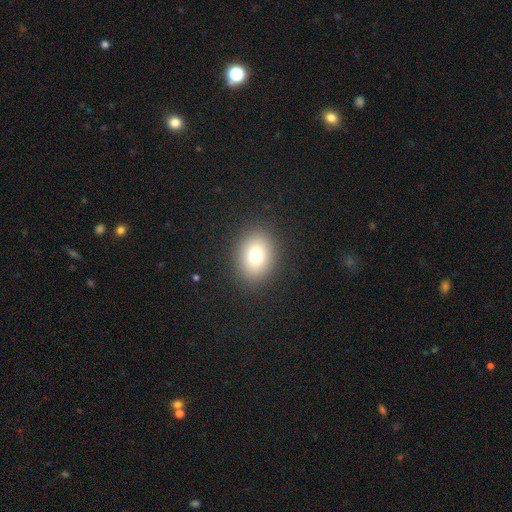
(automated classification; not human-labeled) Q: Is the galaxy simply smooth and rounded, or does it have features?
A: smooth — 76%.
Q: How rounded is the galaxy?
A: round — 52%.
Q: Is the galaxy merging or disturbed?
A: none — 89%.